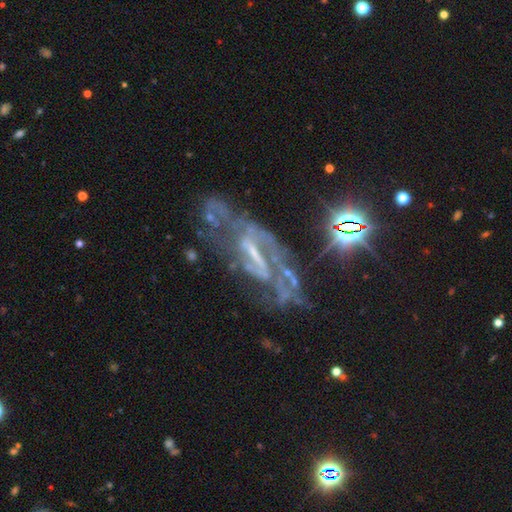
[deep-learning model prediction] Q: Smooth or featured?
A: featured or disk (76%); runner-up: star or artifact (15%)
Q: Edge-on disk?
A: no (88%); runner-up: yes (12%)
Q: Bar?
A: strong (42%); runner-up: weak (38%)
Q: Spiral arms?
A: yes (80%); runner-up: no (20%)
Q: Spiral winding?
A: medium (43%); runner-up: tight (36%)
Q: Spiral arm count?
A: 2 (40%); runner-up: can't tell (38%)
Q: Bulge size?
A: small (44%); runner-up: none (31%)
Q: Merging?
A: none (49%); runner-up: major disturbance (24%)